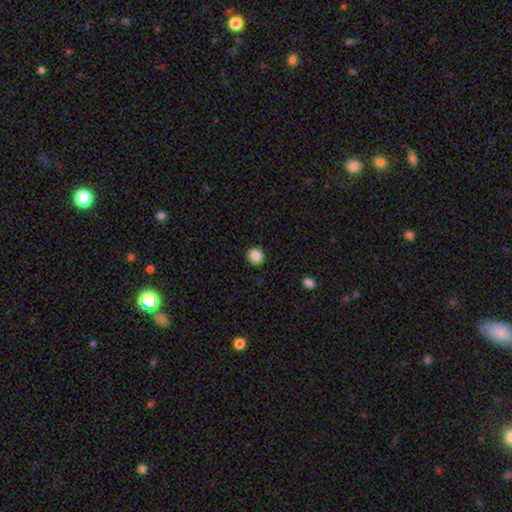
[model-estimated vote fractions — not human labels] smooth_or_featured: smooth (p=0.87) [alt: star or artifact p=0.09]
how_rounded: round (p=0.79) [alt: in between p=0.20]
merging: none (p=0.88) [alt: minor disturbance p=0.09]